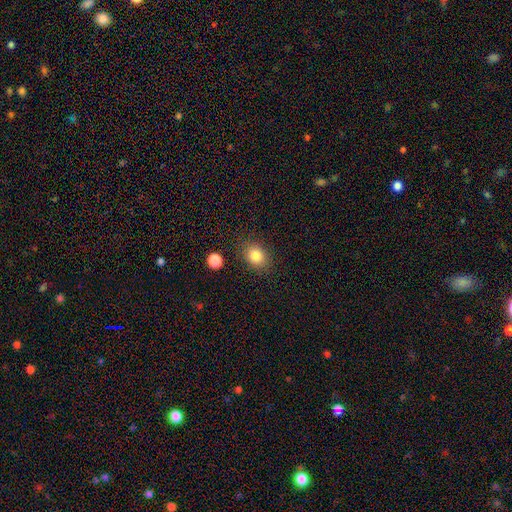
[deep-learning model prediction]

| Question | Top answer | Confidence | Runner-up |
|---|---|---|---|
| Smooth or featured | smooth | 83% | star or artifact (10%) |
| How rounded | round | 51% | in between (48%) |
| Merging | none | 84% | minor disturbance (10%) |